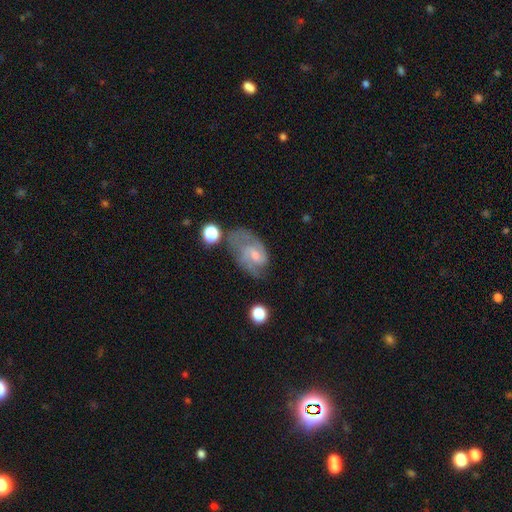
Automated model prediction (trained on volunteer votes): Smooth or featured?
  - featured or disk: 76% *
  - smooth: 16%
  - star or artifact: 8%
Edge-on disk?
  - no: 96% *
  - yes: 4%
Bar?
  - weak: 47% *
  - no: 44%
  - strong: 9%
Spiral arms?
  - yes: 93% *
  - no: 7%
Spiral winding?
  - medium: 48% *
  - tight: 34%
  - loose: 19%
Spiral arm count?
  - 2: 65% *
  - can't tell: 17%
  - 3: 8%
  - 1: 6%
  - 4: 2%
  - more than 4: 2%
Bulge size?
  - small: 56% *
  - moderate: 36%
  - none: 5%
  - large: 2%
  - dominant: 1%
Merging?
  - none: 55% *
  - minor disturbance: 24%
  - major disturbance: 15%
  - merger: 6%